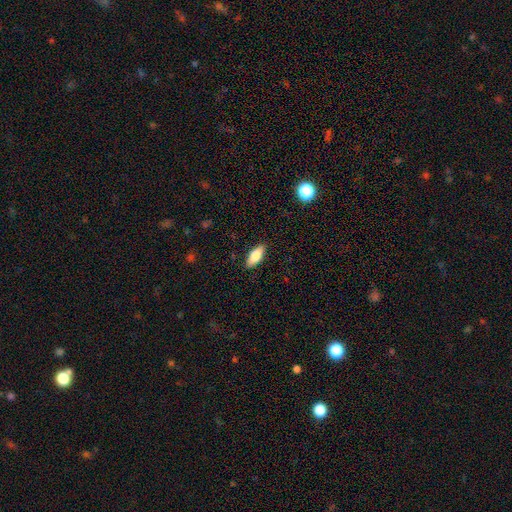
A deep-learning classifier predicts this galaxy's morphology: Q: Smooth or featured?
A: smooth (79%); runner-up: featured or disk (15%)
Q: How rounded?
A: in between (81%); runner-up: cigar-shaped (16%)
Q: Merging?
A: none (88%); runner-up: minor disturbance (9%)